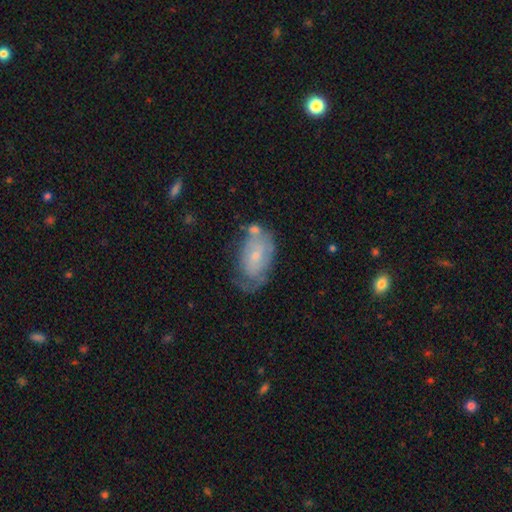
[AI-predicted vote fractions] smooth-or-featured: featured or disk: 50% | smooth: 43% | star or artifact: 7%
  disk-edge-on: no: 93% | yes: 7%
  merging: none: 41% | minor disturbance: 31% | major disturbance: 18% | merger: 11%